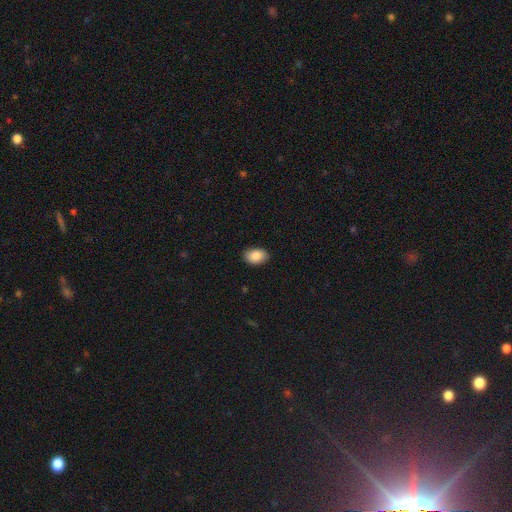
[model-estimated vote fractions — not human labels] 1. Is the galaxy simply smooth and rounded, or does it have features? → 87% smooth, 7% star or artifact, 6% featured or disk.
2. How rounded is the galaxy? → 88% in between, 11% round, 1% cigar-shaped.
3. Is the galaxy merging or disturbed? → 89% none, 8% minor disturbance, 2% major disturbance, 1% merger.